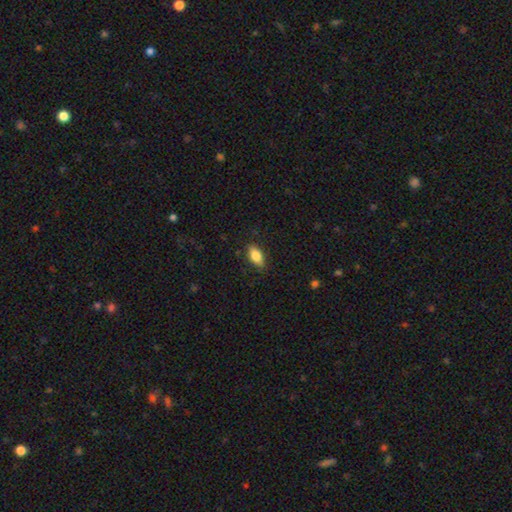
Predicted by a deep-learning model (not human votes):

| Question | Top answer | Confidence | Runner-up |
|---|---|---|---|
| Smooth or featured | smooth | 83% | featured or disk (9%) |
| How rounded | in between | 88% | cigar-shaped (8%) |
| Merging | none | 83% | minor disturbance (13%) |